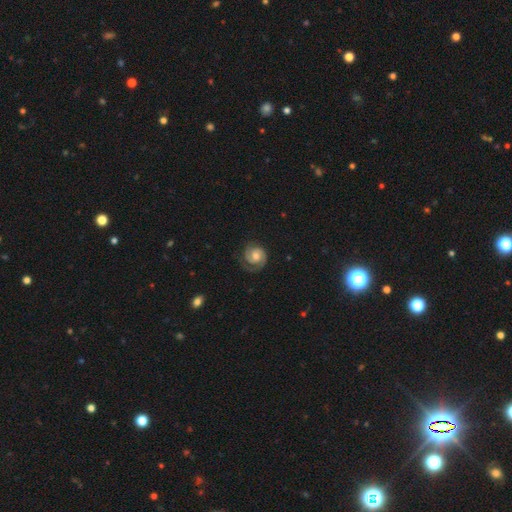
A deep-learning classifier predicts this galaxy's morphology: A featured or disk galaxy (81%) with no bar (68%), 2 (61%) tight (65%) spiral arms (96%) and a moderate central bulge (63%).

Vote fractions:
- Smooth or featured? featured or disk: 81% / smooth: 14% / star or artifact: 6%
- Edge-on disk? no: 98% / yes: 2%
- Bar? no: 68% / weak: 27% / strong: 5%
- Spiral arms? yes: 96% / no: 4%
- Spiral winding? tight: 65% / medium: 28% / loose: 7%
- Spiral arm count? 2: 61% / 1: 25% / can't tell: 7% / 3: 4% / 4: 1% / more than 4: 1%
- Bulge size? moderate: 63% / small: 27% / large: 7% / none: 2% / dominant: 1%
- Merging? none: 73% / minor disturbance: 17% / major disturbance: 9% / merger: 1%